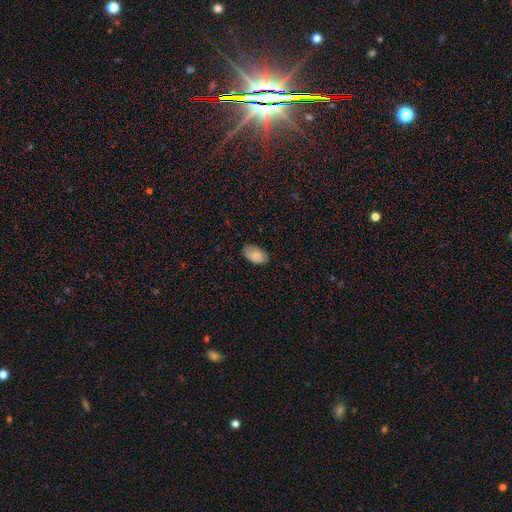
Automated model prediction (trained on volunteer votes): smooth-or-featured: smooth: 86% | star or artifact: 7% | featured or disk: 7%
  how-rounded: in between: 93% | round: 6% | cigar-shaped: 1%
  merging: none: 77% | minor disturbance: 19% | major disturbance: 3% | merger: 1%